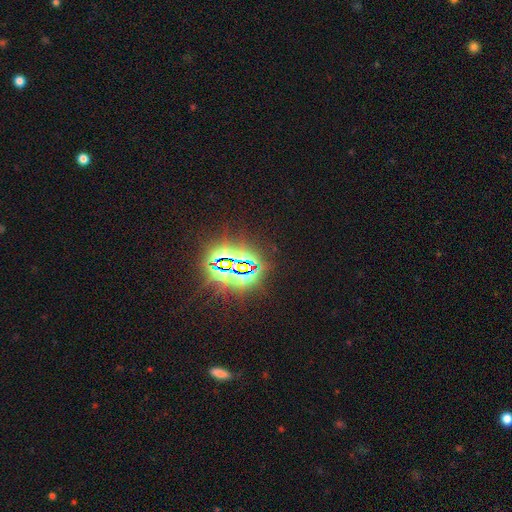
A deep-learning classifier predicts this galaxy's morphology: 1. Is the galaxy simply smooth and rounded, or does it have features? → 82% star or artifact, 10% smooth, 8% featured or disk.